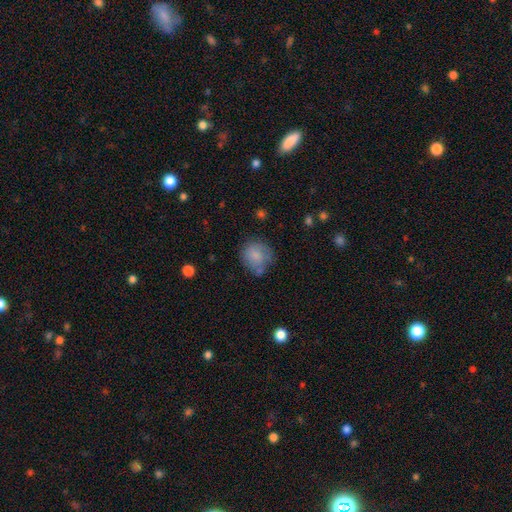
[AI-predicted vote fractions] smooth-or-featured: smooth: 77% | featured or disk: 15% | star or artifact: 9%
  how-rounded: round: 79% | in between: 20% | cigar-shaped: 1%
  merging: none: 59% | minor disturbance: 25% | major disturbance: 10% | merger: 6%